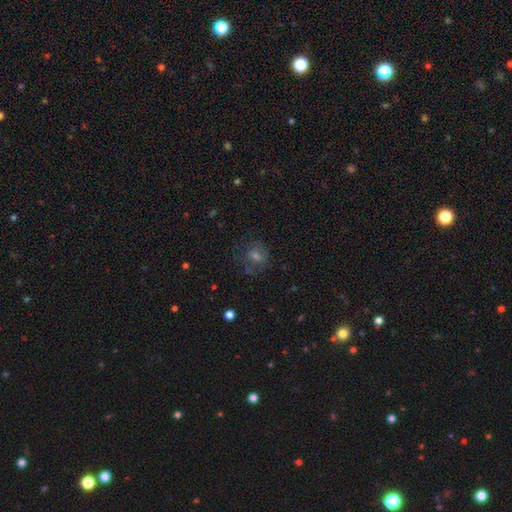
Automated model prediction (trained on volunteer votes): Smooth or featured? smooth (51%)
How rounded? round (67%)
Merging? none (70%)